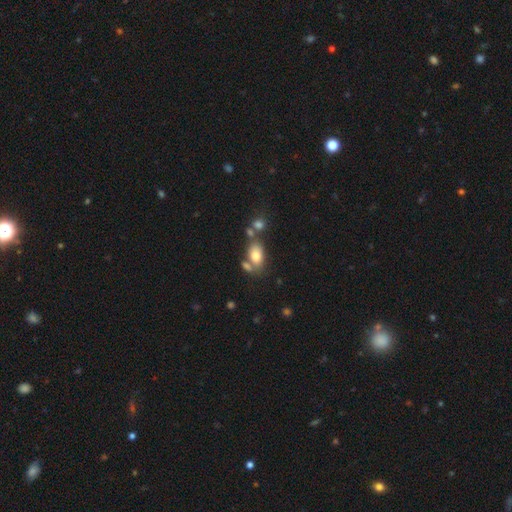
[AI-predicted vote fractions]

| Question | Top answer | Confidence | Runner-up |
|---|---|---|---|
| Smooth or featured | smooth | 76% | featured or disk (14%) |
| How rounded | in between | 86% | round (12%) |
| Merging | none | 50% | merger (30%) |